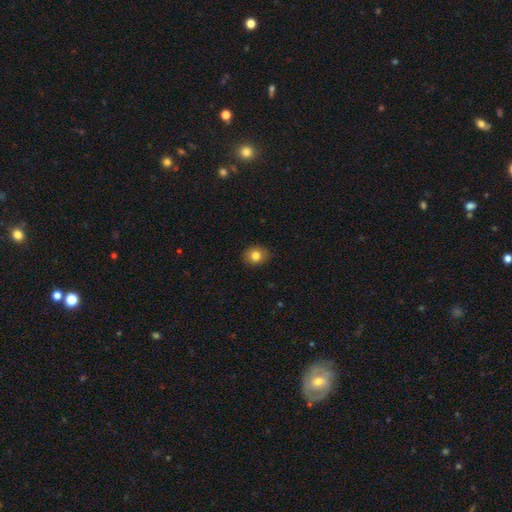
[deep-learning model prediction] A smooth galaxy with no disk features (80%) that is round (61%). Merging: none (87%).